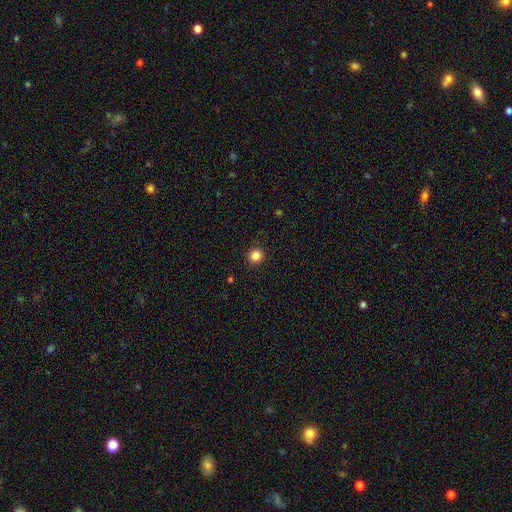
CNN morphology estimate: smooth_or_featured: smooth (p=0.84) [alt: star or artifact p=0.12]
how_rounded: round (p=0.93) [alt: in between p=0.06]
merging: none (p=0.92) [alt: minor disturbance p=0.05]